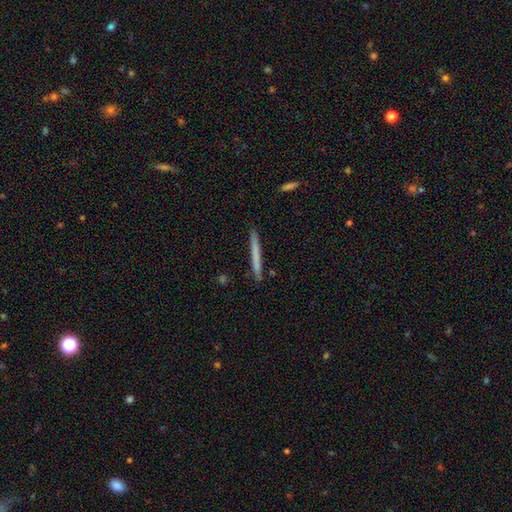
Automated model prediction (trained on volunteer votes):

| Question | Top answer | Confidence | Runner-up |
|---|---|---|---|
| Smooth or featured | smooth | 67% | featured or disk (28%) |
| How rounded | cigar-shaped | 97% | in between (2%) |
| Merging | none | 91% | minor disturbance (7%) |